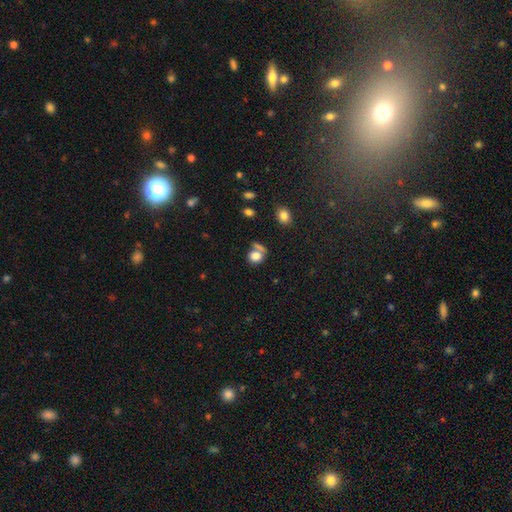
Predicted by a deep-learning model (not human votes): Smooth or featured? smooth (78%)
How rounded? round (68%)
Merging? none (49%)